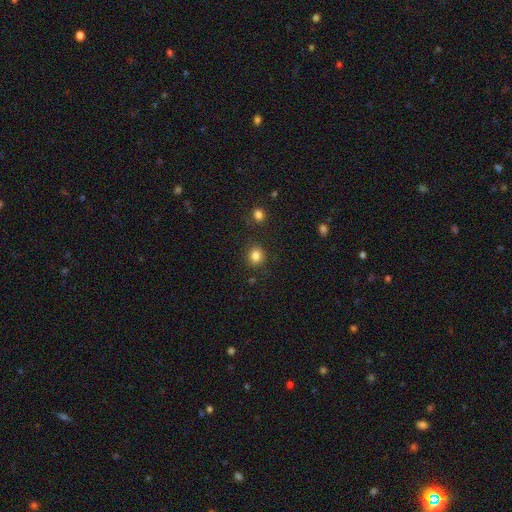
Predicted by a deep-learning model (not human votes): smooth 83%, star or artifact 12%, featured or disk 5%. Down the decision tree: how rounded — round (75%); merging — none (85%).